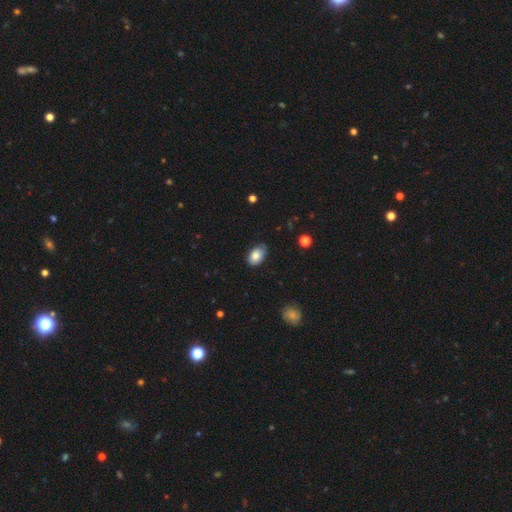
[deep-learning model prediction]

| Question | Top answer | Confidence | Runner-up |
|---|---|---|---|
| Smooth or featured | smooth | 83% | featured or disk (9%) |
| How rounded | in between | 87% | round (12%) |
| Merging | none | 73% | minor disturbance (22%) |